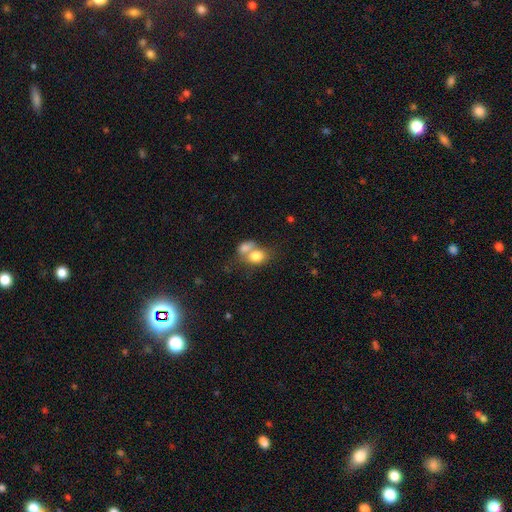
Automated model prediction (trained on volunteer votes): Q: Smooth or featured?
A: smooth (77%); runner-up: featured or disk (13%)
Q: How rounded?
A: in between (57%); runner-up: round (41%)
Q: Merging?
A: merger (62%); runner-up: none (24%)